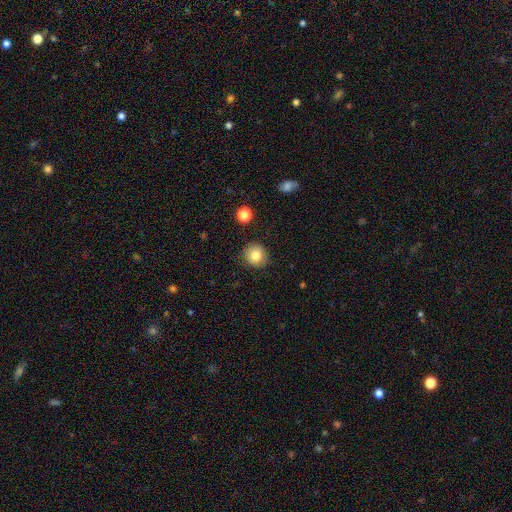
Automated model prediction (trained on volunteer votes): This is clearly a smooth galaxy (81%). How rounded: clearly round (90%). Merging: clearly none (87%).